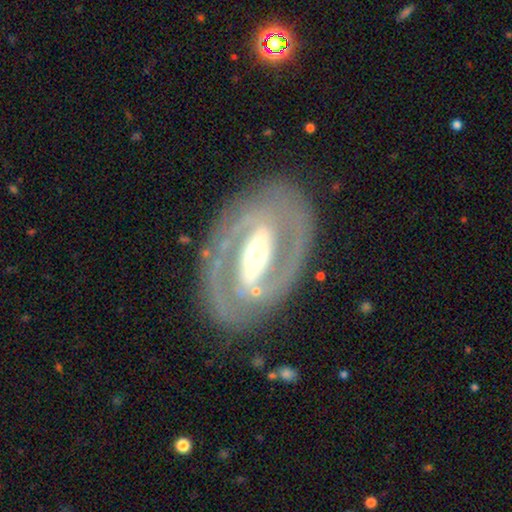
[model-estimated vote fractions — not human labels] This appears to be a featured or disk galaxy (83%) with a strong bar (58%), 2 (78%) tight (54%) spiral arms (65%) and a moderate central bulge (60%). Merging: none (80%).